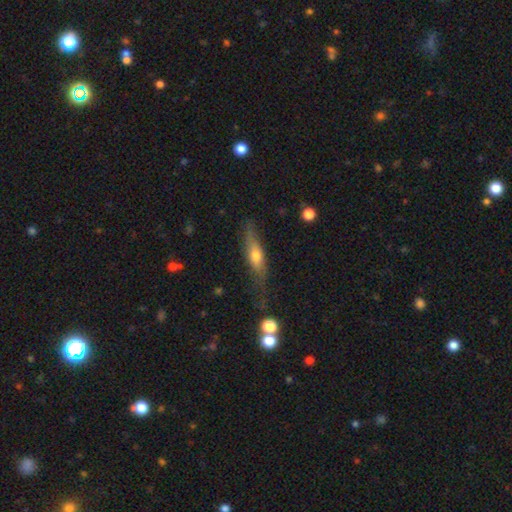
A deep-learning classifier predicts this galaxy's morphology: A smooth galaxy with no disk features (47%).

Vote fractions:
- Smooth or featured? smooth: 47% / featured or disk: 45% / star or artifact: 7%
- Merging? none: 66% / minor disturbance: 23% / major disturbance: 8% / merger: 3%